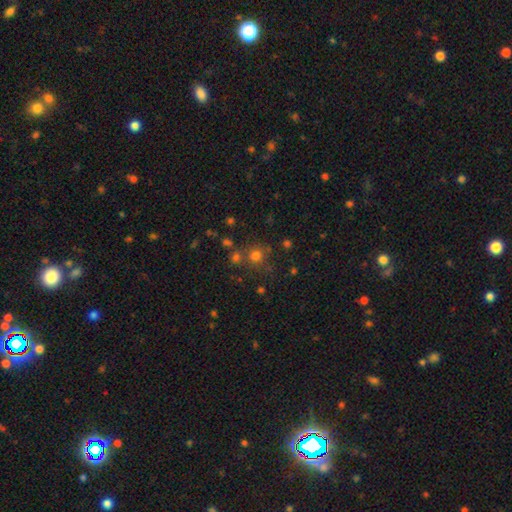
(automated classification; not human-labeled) A smooth galaxy with no disk features (72%) that is round (89%). Merging: none (70%).